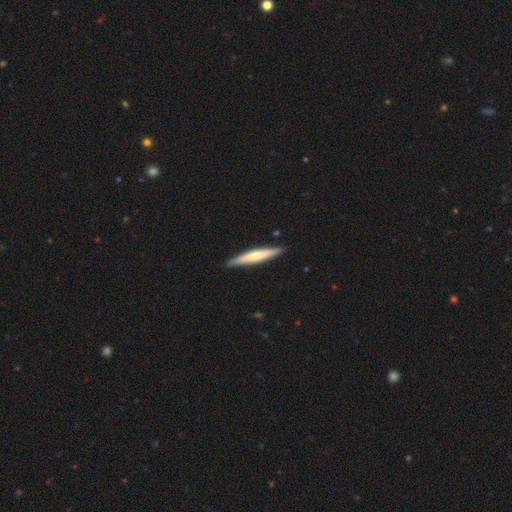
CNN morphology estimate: This is possibly a smooth galaxy (48%). Merging: clearly none (90%).